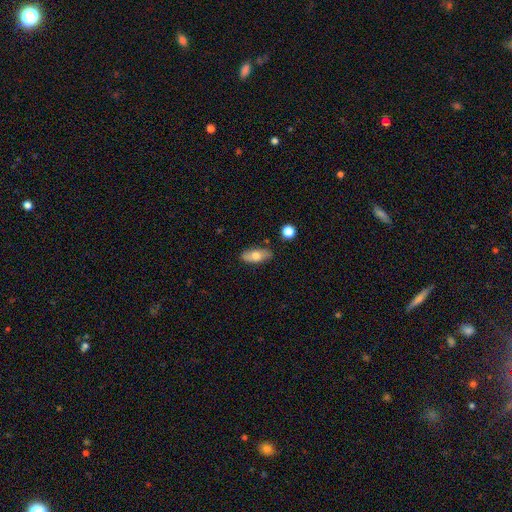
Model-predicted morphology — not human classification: The model was most divided on "smooth or featured": smooth: 70%, featured or disk: 23%, star or artifact: 7%. More confident: merging — none (83%); how rounded — in between (82%).